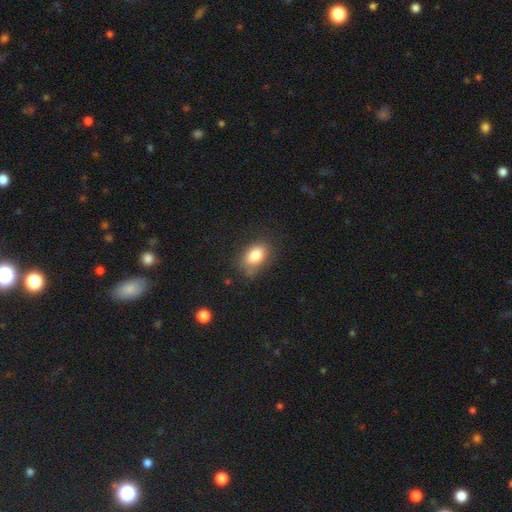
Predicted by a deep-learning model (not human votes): Smooth or featured: smooth — 81% (featured or disk — 10%)
How rounded: in between — 86% (round — 12%)
Merging: none — 70% (minor disturbance — 21%)